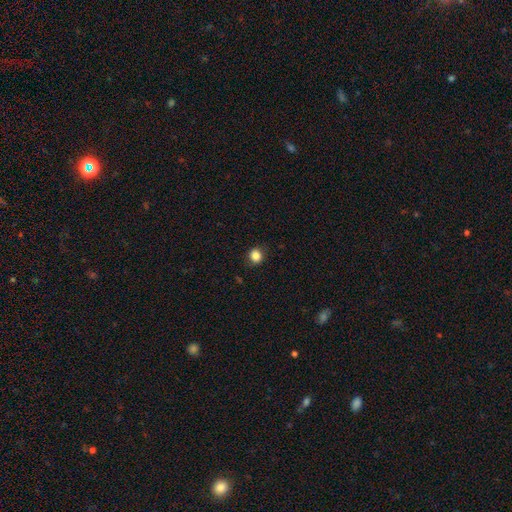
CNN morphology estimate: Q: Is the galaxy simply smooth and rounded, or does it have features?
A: smooth — 85%.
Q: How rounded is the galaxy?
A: round — 77%.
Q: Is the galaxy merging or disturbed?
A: none — 85%.